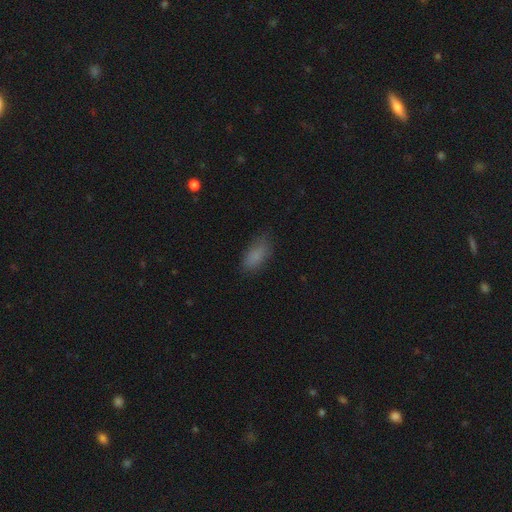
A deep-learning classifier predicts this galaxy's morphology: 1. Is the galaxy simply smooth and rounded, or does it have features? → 83% smooth, 10% star or artifact, 8% featured or disk.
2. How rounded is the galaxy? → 84% in between, 12% cigar-shaped, 3% round.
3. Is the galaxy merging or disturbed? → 74% none, 19% minor disturbance, 6% major disturbance, 1% merger.